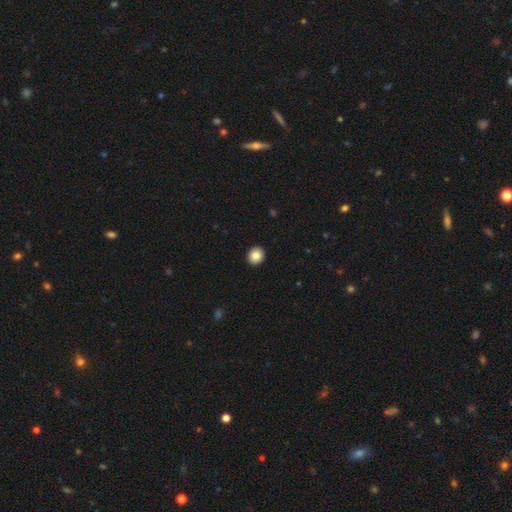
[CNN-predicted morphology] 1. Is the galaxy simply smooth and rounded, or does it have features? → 85% smooth, 8% star or artifact, 7% featured or disk.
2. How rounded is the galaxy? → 88% round, 11% in between, 1% cigar-shaped.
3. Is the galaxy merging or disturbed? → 93% none, 4% minor disturbance, 1% major disturbance, 1% merger.